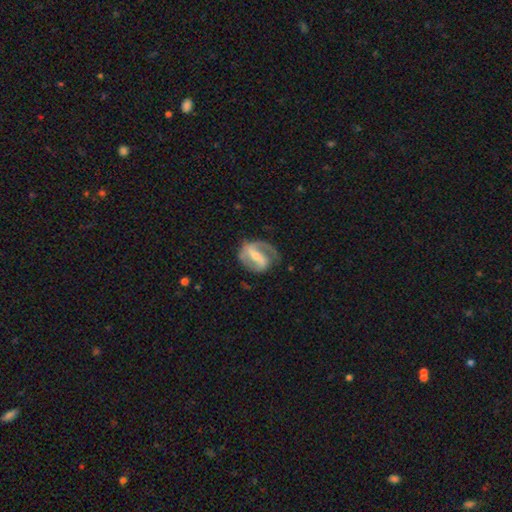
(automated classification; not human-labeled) This appears to be a featured or disk galaxy (81%) with a strong bar (59%), 2 (74%) medium (48%) spiral arms (90%) and a small central bulge (46%). Merging: none (64%).